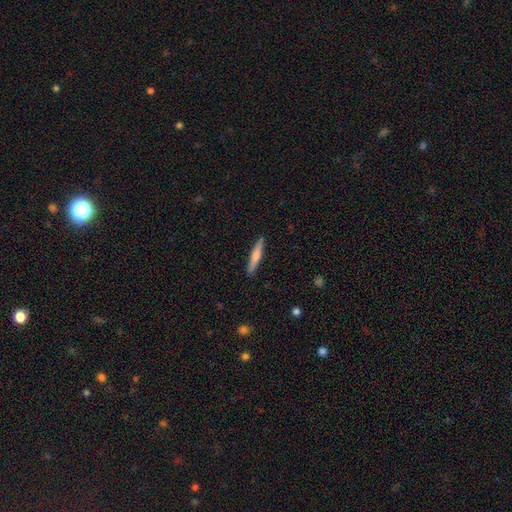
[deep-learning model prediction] Smooth or featured? Predicted: smooth (p=0.60). How rounded? Predicted: cigar-shaped (p=0.92). Merging? Predicted: none (p=0.90).